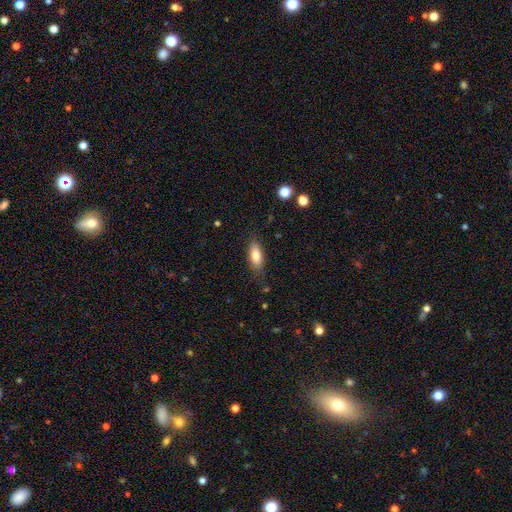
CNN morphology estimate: A smooth galaxy with no disk features (80%) that is in between round and cigar-shaped (77%). Merging: none (81%).